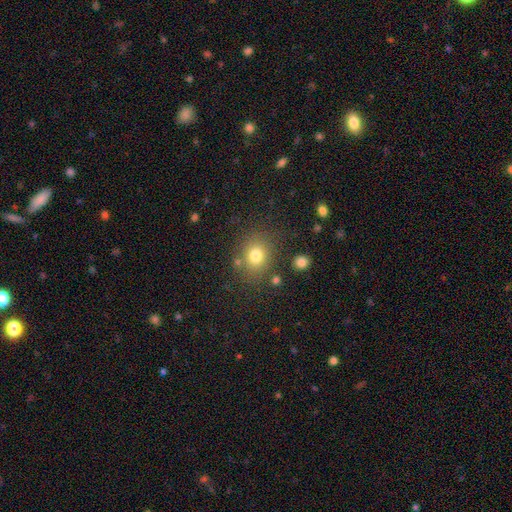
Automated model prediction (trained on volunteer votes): Q: Smooth or featured?
A: smooth (77%); runner-up: star or artifact (14%)
Q: How rounded?
A: round (59%); runner-up: in between (40%)
Q: Merging?
A: none (77%); runner-up: minor disturbance (12%)